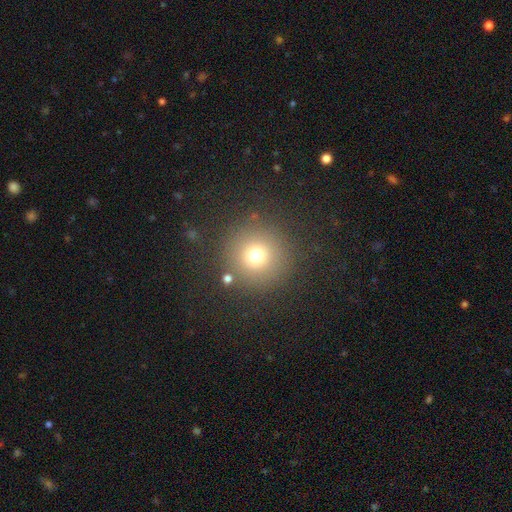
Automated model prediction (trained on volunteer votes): A smooth galaxy with no disk features (72%) that is round (96%). Merging: none (85%).